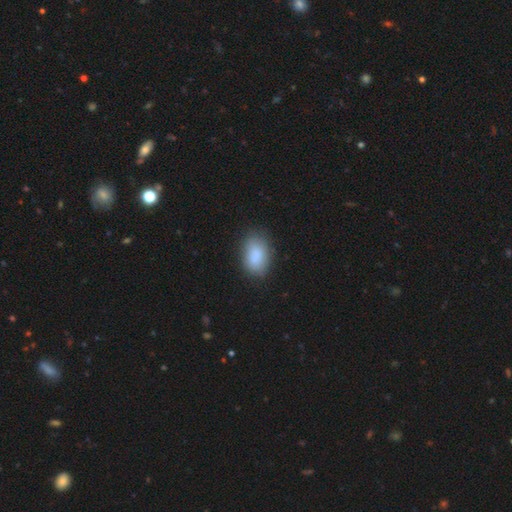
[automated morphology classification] Smooth or featured: smooth — 87% (star or artifact — 7%)
How rounded: in between — 89% (round — 9%)
Merging: none — 77% (minor disturbance — 18%)